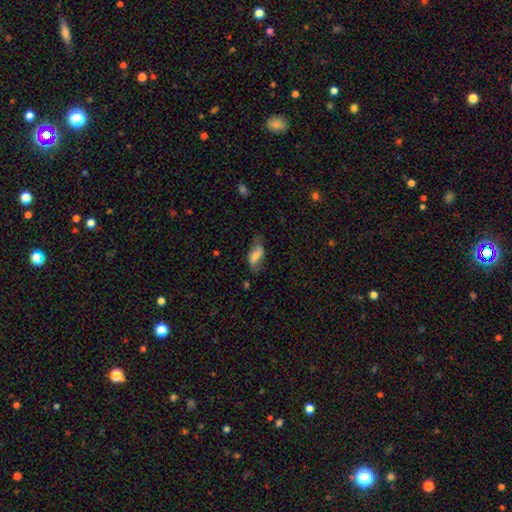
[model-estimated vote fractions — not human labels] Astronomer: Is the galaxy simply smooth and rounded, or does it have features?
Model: smooth — 62%.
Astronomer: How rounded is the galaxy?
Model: in between — 85%.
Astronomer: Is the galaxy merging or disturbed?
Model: none — 58%.